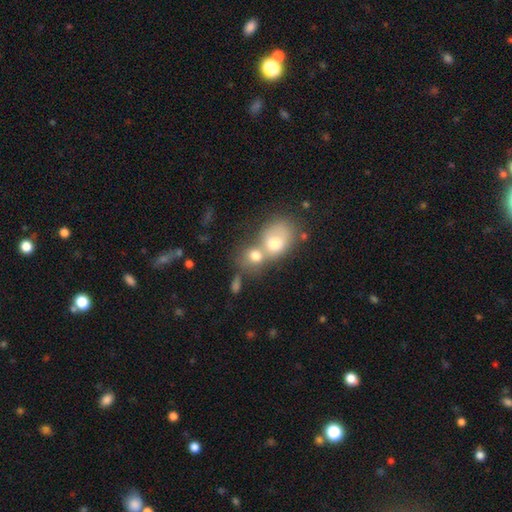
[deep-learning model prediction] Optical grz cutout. It shows a smooth galaxy with no disk features (72%) that is round (53%). Merging: merger (68%).